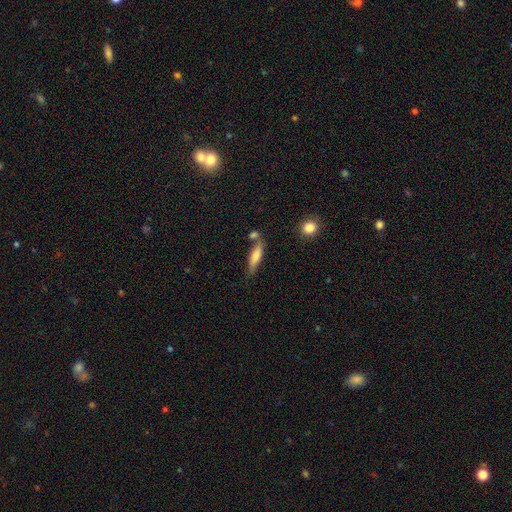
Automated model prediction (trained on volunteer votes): A smooth galaxy with no disk features (66%) that is cigar-shaped (68%).

Vote fractions:
- Smooth or featured? smooth: 66% / featured or disk: 27% / star or artifact: 7%
- How rounded? cigar-shaped: 68% / in between: 30% / round: 2%
- Merging? none: 63% / minor disturbance: 18% / merger: 15% / major disturbance: 5%